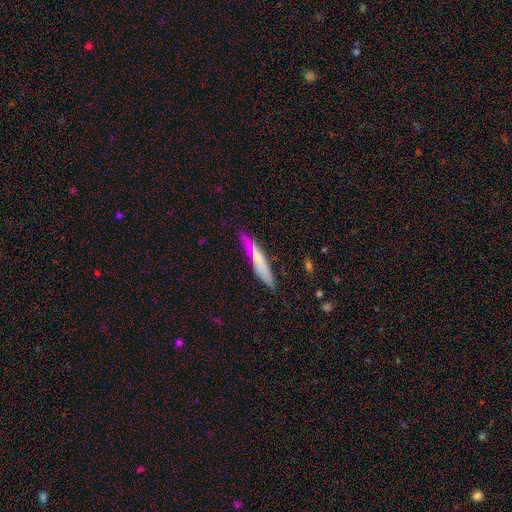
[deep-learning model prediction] smooth 56%, featured or disk 36%, star or artifact 8%. Down the decision tree: how rounded — cigar-shaped (94%); merging — none (81%).